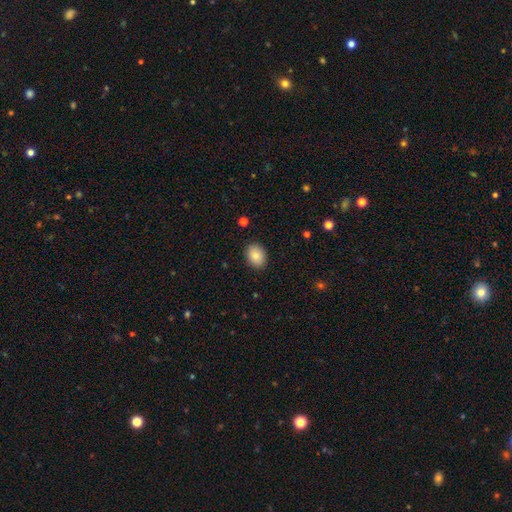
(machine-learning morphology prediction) A smooth galaxy with no disk features (86%) that is in between round and cigar-shaped (68%). Merging: none (89%).